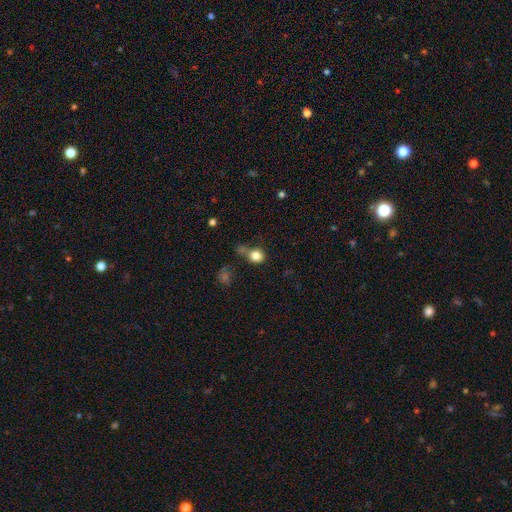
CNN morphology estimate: A smooth galaxy with no disk features (82%) that is round (73%).

Vote fractions:
- Smooth or featured? smooth: 82% / star or artifact: 11% / featured or disk: 7%
- How rounded? round: 73% / in between: 26% / cigar-shaped: 1%
- Merging? none: 52% / merger: 20% / minor disturbance: 18% / major disturbance: 10%